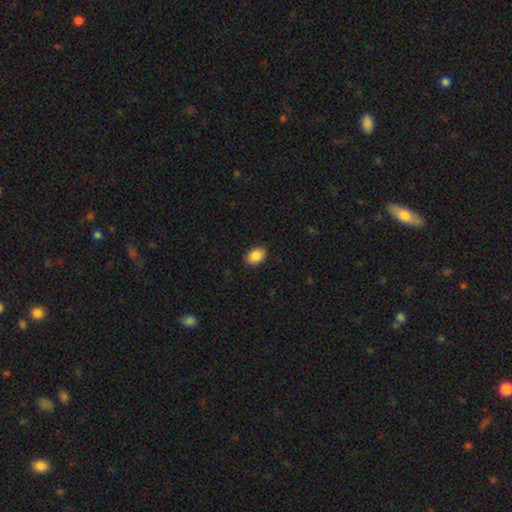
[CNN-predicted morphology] type=smooth (88%); roundness=in between (81%); merging=none (89%).